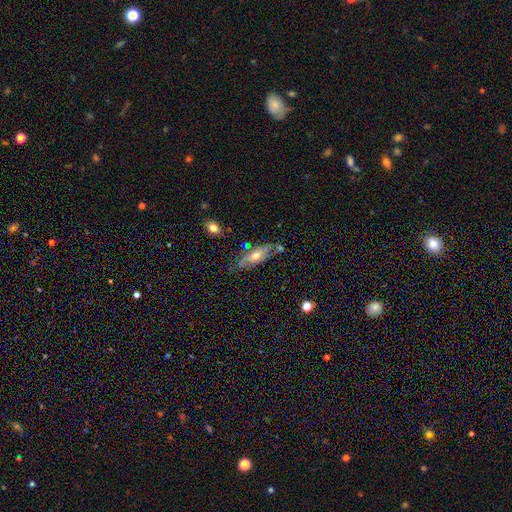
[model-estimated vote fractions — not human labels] A featured or disk galaxy (56%).

Vote fractions:
- Smooth or featured? featured or disk: 56% / smooth: 37% / star or artifact: 7%
- Edge-on disk? no: 70% / yes: 30%
- Merging? none: 62% / minor disturbance: 23% / merger: 8% / major disturbance: 6%